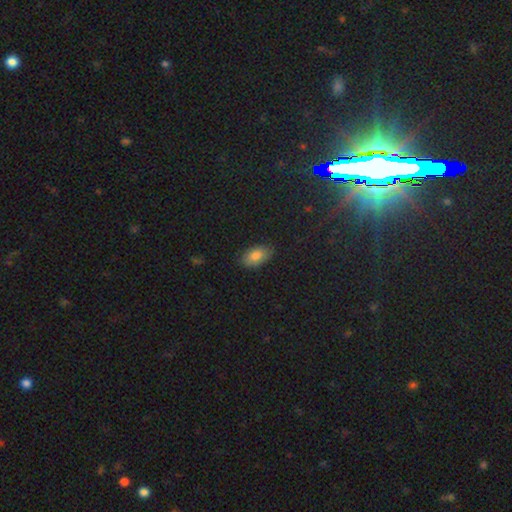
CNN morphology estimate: type=smooth (83%); roundness=in between (93%); merging=none (85%).